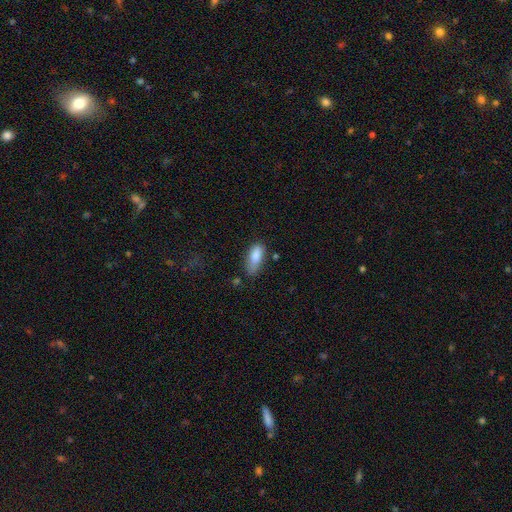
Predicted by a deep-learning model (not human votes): A smooth galaxy with no disk features (84%) that is in between round and cigar-shaped (78%). Merging: none (51%).